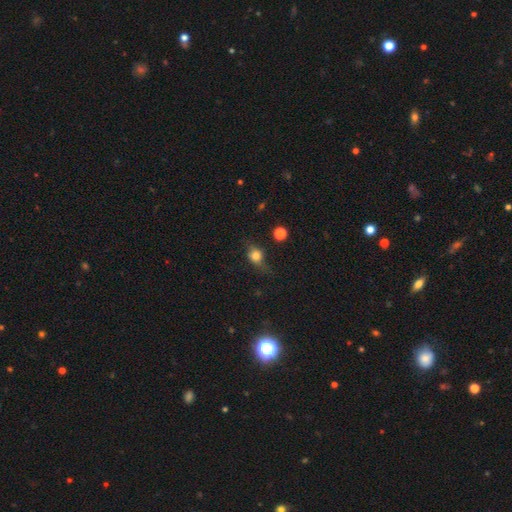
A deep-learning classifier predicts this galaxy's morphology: This appears to be a smooth galaxy with no disk features (66%) that is round (58%). Merging: none (58%).